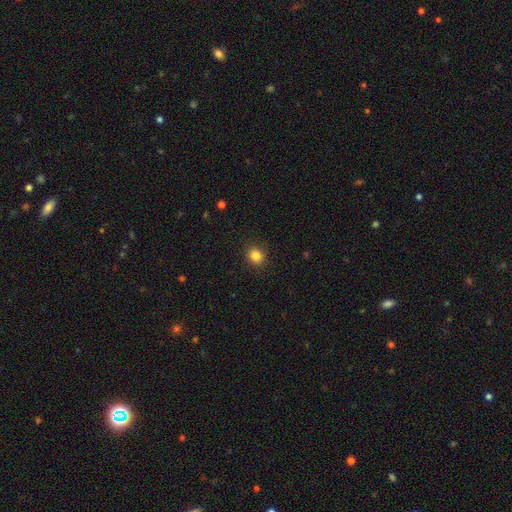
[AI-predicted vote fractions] smooth_or_featured: smooth (p=0.84) [alt: star or artifact p=0.12]
how_rounded: round (p=0.86) [alt: in between p=0.13]
merging: none (p=0.91) [alt: minor disturbance p=0.06]